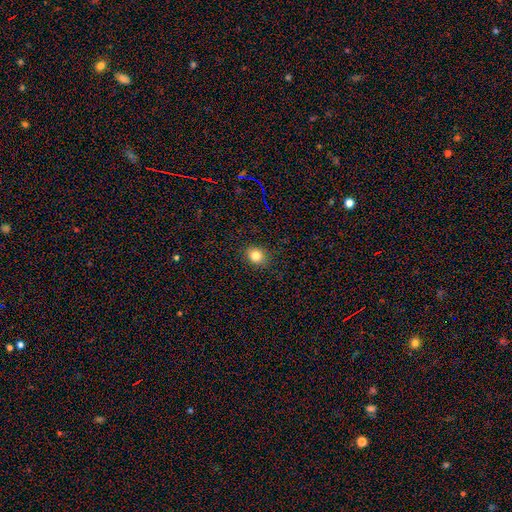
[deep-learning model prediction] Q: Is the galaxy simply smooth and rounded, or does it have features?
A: smooth — 81%.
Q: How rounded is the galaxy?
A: round — 63%.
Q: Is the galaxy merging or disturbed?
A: none — 89%.